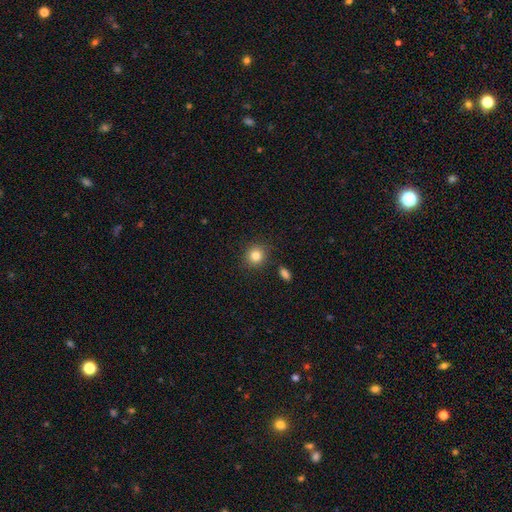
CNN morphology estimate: Smooth or featured? smooth (83%)
How rounded? round (86%)
Merging? none (87%)